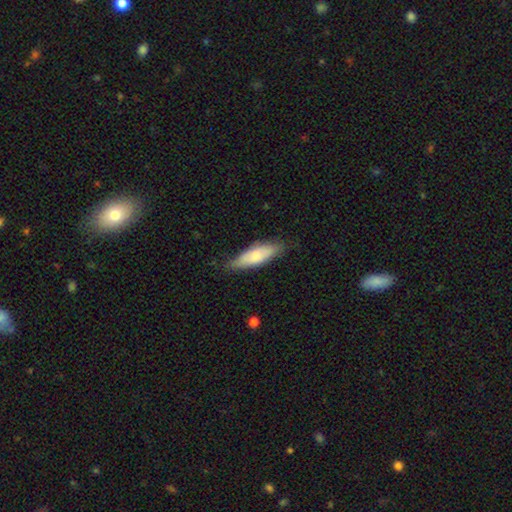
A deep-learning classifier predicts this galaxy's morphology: smooth_or_featured: smooth (p=0.69) [alt: featured or disk p=0.26]
how_rounded: in between (p=0.51) [alt: cigar-shaped p=0.47]
merging: none (p=0.75) [alt: minor disturbance p=0.20]